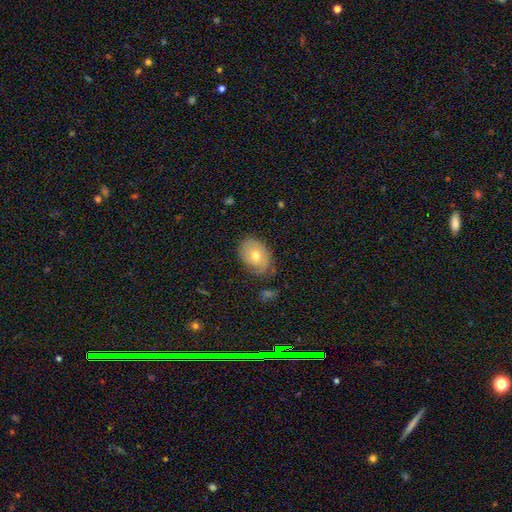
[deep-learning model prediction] Overall: smooth (54%; featured or disk 37%). How rounded: in between (79%). Merging: none (70%).